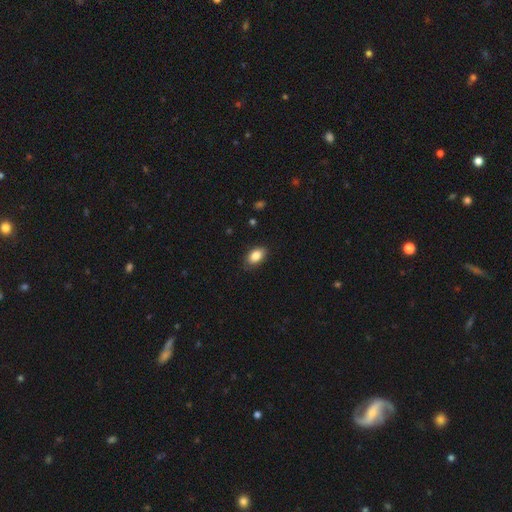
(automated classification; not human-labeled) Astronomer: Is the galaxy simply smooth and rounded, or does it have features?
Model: smooth — 86%.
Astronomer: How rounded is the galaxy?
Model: in between — 91%.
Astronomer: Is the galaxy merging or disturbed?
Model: none — 84%.